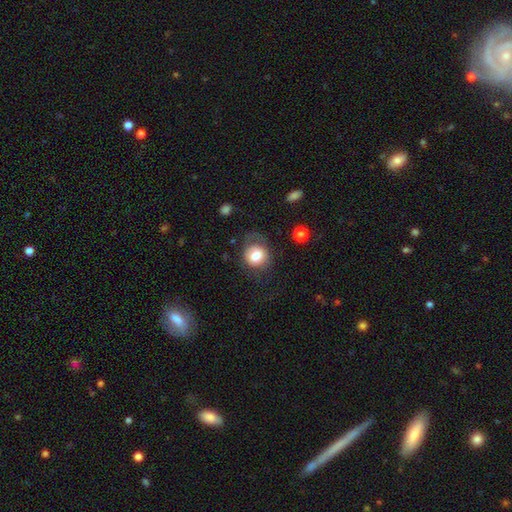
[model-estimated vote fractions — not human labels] Smooth or featured? smooth (75%)
How rounded? round (71%)
Merging? none (59%)